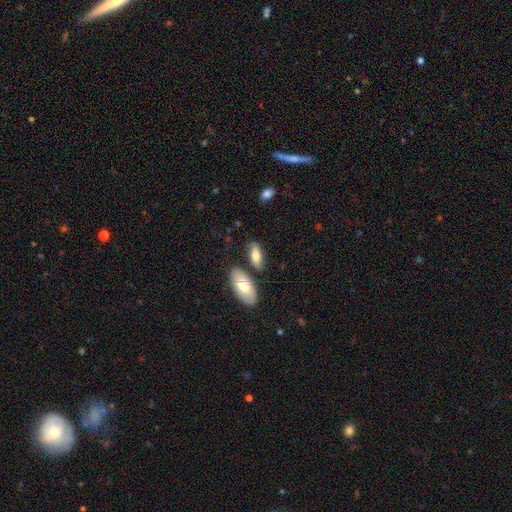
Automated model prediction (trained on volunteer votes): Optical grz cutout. It shows a smooth galaxy with no disk features (73%) that is in between round and cigar-shaped (84%). Merging: none (70%).